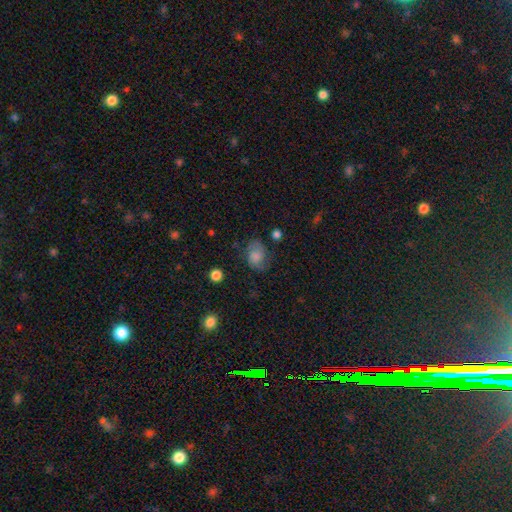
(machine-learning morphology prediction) Smooth or featured?
  - smooth: 64% *
  - featured or disk: 25%
  - star or artifact: 11%
How rounded?
  - in between: 64% *
  - round: 35%
  - cigar-shaped: 1%
Merging?
  - none: 60% *
  - minor disturbance: 25%
  - major disturbance: 13%
  - merger: 2%